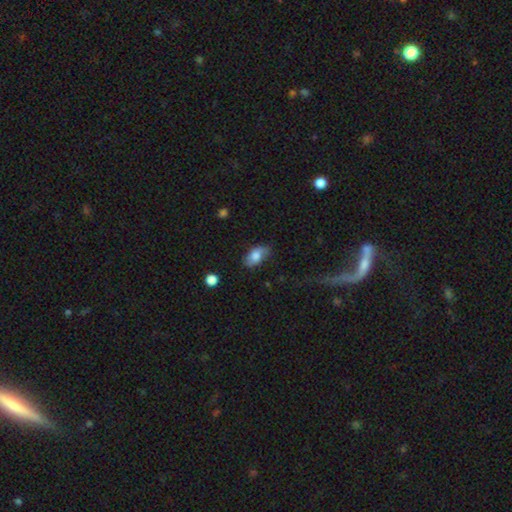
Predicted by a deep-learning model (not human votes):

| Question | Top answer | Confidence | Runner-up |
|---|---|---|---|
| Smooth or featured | smooth | 71% | featured or disk (21%) |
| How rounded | in between | 91% | round (7%) |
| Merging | none | 64% | minor disturbance (27%) |